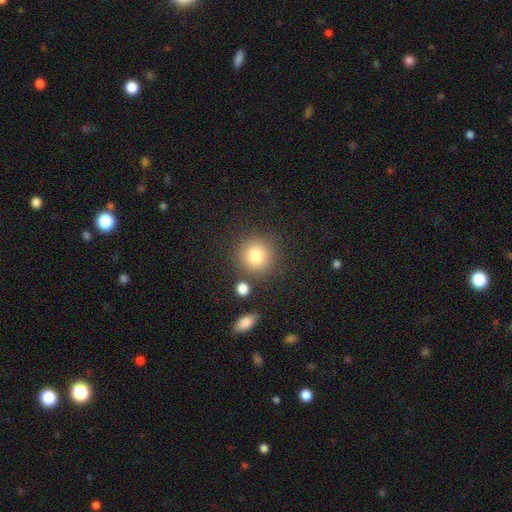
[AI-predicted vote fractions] Smooth or featured? Predicted: smooth (p=0.81). How rounded? Predicted: round (p=0.92). Merging? Predicted: none (p=0.81).